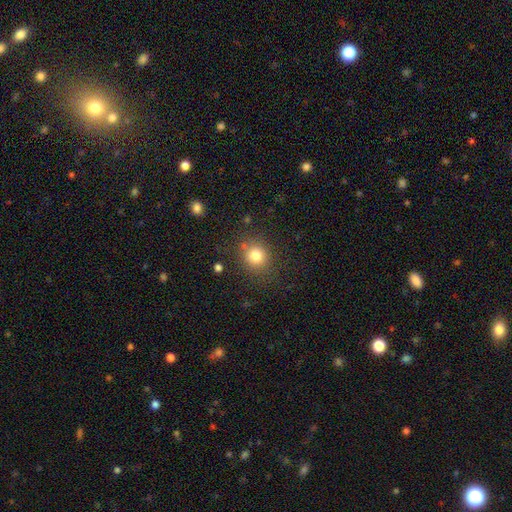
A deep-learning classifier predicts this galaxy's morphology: Smooth or featured: smooth — 80% (star or artifact — 12%)
How rounded: round — 82% (in between — 17%)
Merging: none — 80% (minor disturbance — 11%)